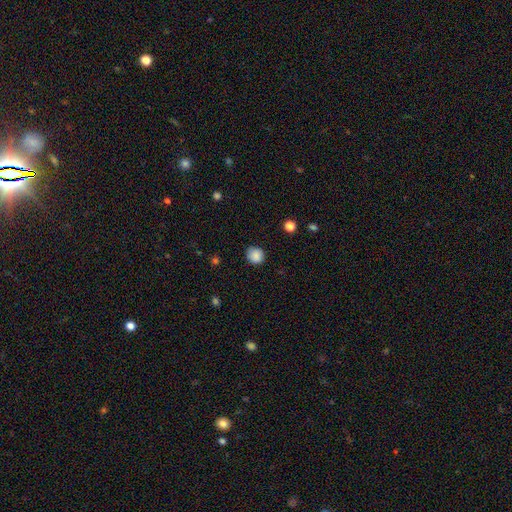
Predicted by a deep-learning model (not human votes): smooth_or_featured: smooth (p=0.86) [alt: star or artifact p=0.09]
how_rounded: round (p=0.85) [alt: in between p=0.14]
merging: none (p=0.82) [alt: minor disturbance p=0.14]